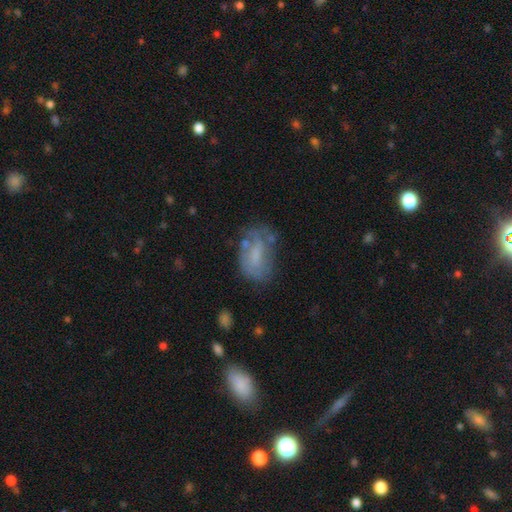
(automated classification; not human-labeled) smooth 51%, featured or disk 39%, star or artifact 10%. Down the decision tree: how rounded — in between (87%); merging — none (50%).